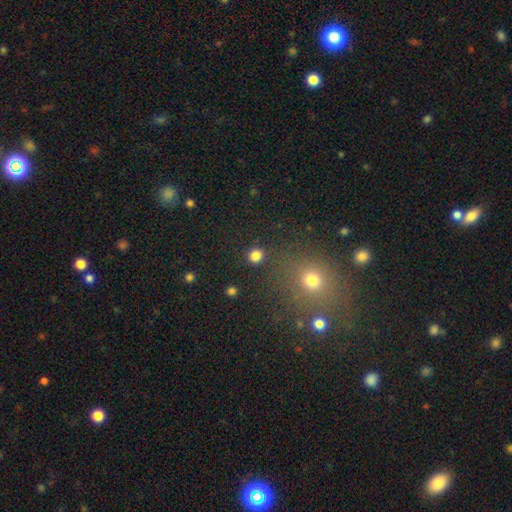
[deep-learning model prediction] This is clearly a smooth galaxy (81%). How rounded: clearly round (89%). Merging: clearly none (89%).